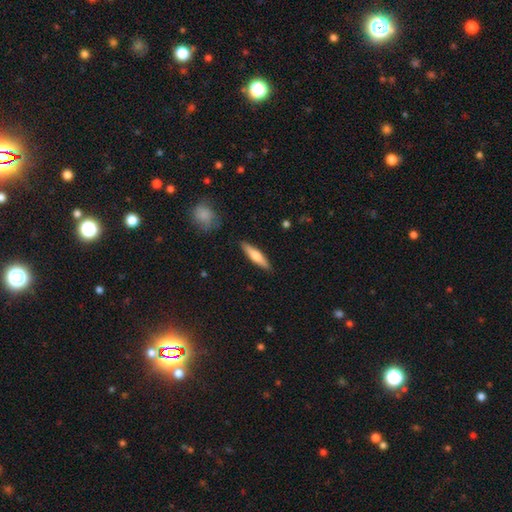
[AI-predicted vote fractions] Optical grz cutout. It shows a smooth galaxy with no disk features (56%) that is cigar-shaped (81%). Merging: none (89%).